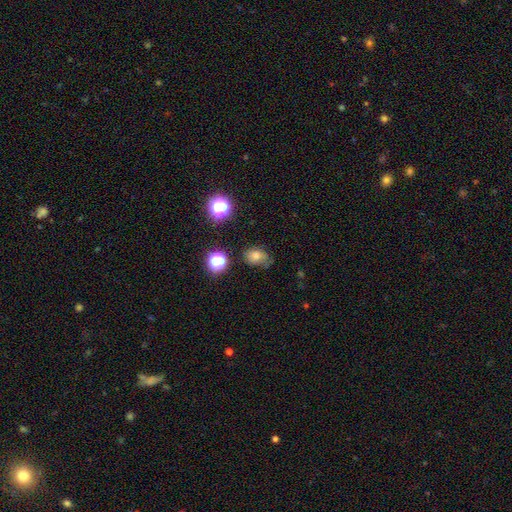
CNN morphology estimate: A smooth galaxy with no disk features (59%) that is in between round and cigar-shaped (62%). Merging: none (62%).